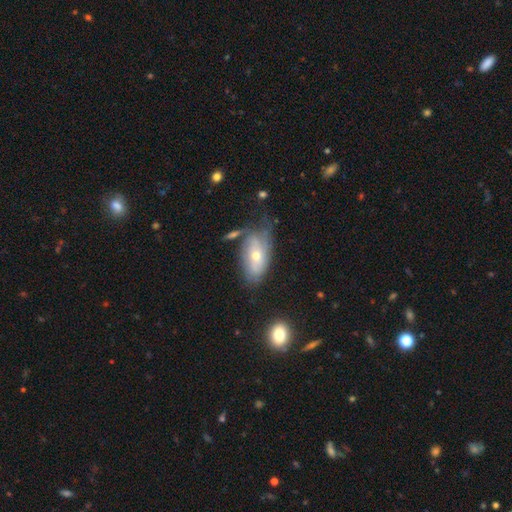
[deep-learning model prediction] smooth-or-featured: featured or disk: 48% | smooth: 44% | star or artifact: 8%
  merging: none: 47% | minor disturbance: 30% | major disturbance: 16% | merger: 8%